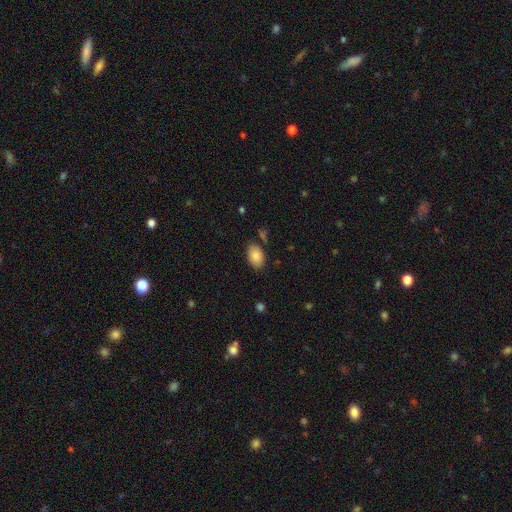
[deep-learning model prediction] Smooth or featured? Predicted: smooth (p=0.87). How rounded? Predicted: in between (p=0.90). Merging? Predicted: none (p=0.81).